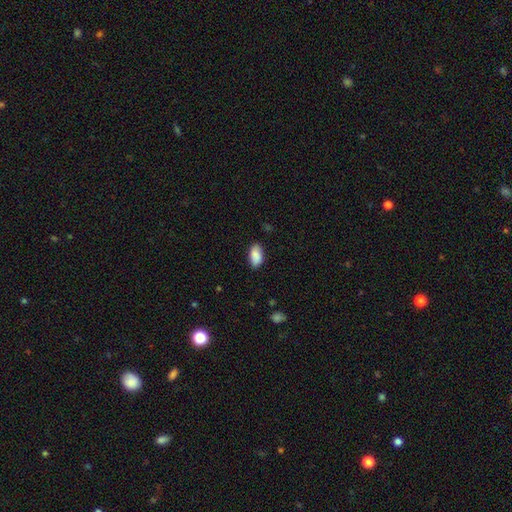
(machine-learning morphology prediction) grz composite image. It shows a smooth galaxy with no disk features (89%) that is in between round and cigar-shaped (94%). Merging: none (84%).